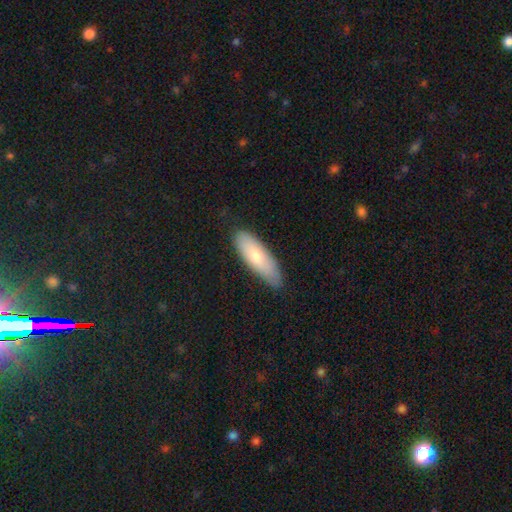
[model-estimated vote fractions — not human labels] A smooth galaxy with no disk features (76%) that is in between round and cigar-shaped (57%).

Vote fractions:
- Smooth or featured? smooth: 76% / featured or disk: 18% / star or artifact: 6%
- How rounded? in between: 57% / cigar-shaped: 42% / round: 2%
- Merging? none: 80% / minor disturbance: 16% / major disturbance: 3% / merger: 1%